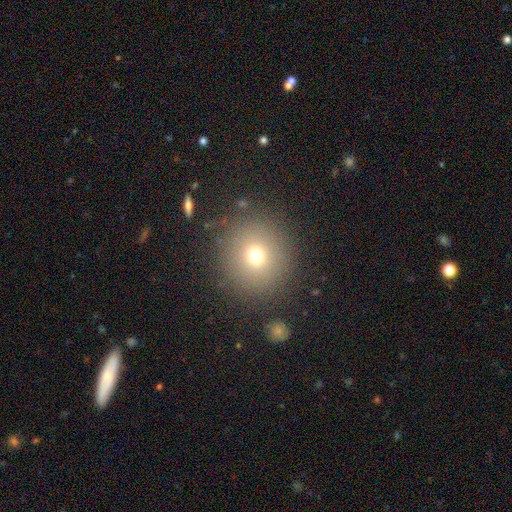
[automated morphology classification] smooth_or_featured: smooth (p=0.70) [alt: star or artifact p=0.17]
how_rounded: round (p=0.93) [alt: in between p=0.06]
merging: none (p=0.86) [alt: minor disturbance p=0.08]